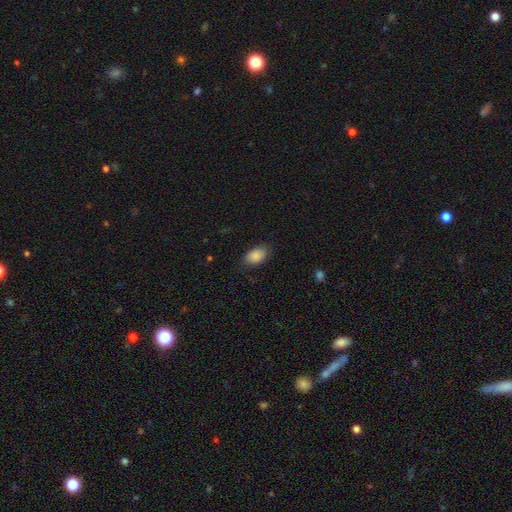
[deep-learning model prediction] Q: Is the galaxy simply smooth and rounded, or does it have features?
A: smooth — 87%.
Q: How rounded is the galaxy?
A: in between — 89%.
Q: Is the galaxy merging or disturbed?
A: none — 80%.